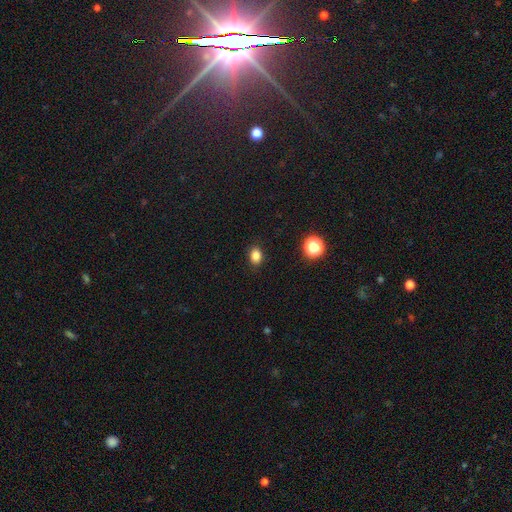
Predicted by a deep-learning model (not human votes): Smooth or featured?
  - smooth: 84% *
  - star or artifact: 12%
  - featured or disk: 4%
How rounded?
  - in between: 68% *
  - round: 30%
  - cigar-shaped: 1%
Merging?
  - none: 89% *
  - minor disturbance: 8%
  - major disturbance: 2%
  - merger: 1%